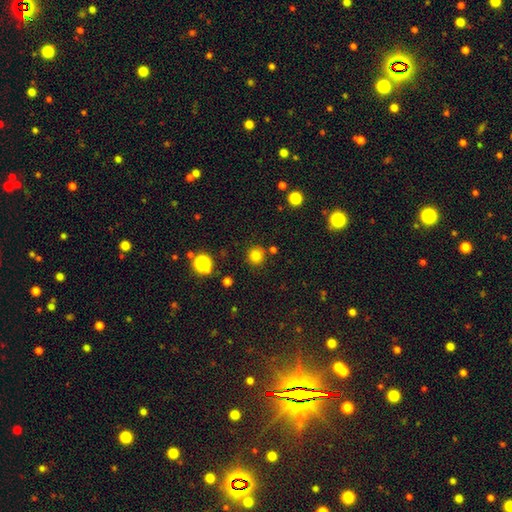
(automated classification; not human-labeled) A smooth galaxy with no disk features (79%) that is round (92%).

Vote fractions:
- Smooth or featured? smooth: 79% / star or artifact: 16% / featured or disk: 5%
- How rounded? round: 92% / in between: 7% / cigar-shaped: 1%
- Merging? none: 84% / minor disturbance: 8% / merger: 5% / major disturbance: 3%